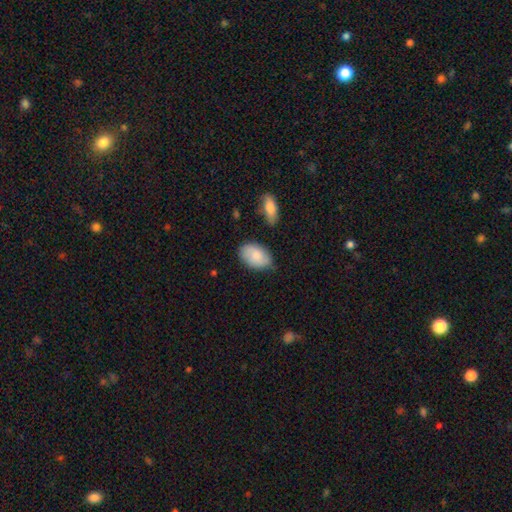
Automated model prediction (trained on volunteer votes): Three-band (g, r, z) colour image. It shows a smooth galaxy with no disk features (80%) that is in between round and cigar-shaped (91%). Merging: none (76%).